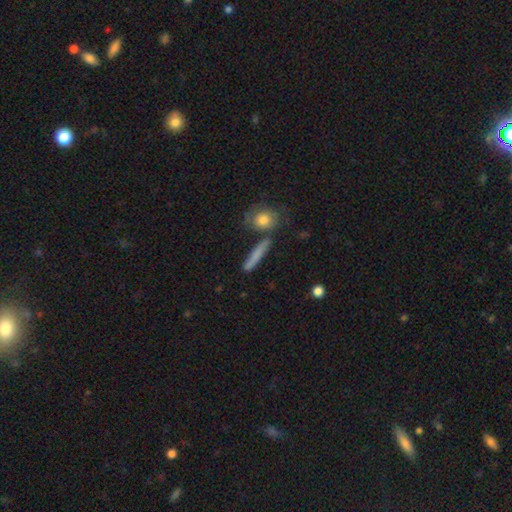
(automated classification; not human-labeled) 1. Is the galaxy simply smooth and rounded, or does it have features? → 73% smooth, 19% featured or disk, 8% star or artifact.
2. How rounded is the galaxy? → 83% cigar-shaped, 11% in between, 6% round.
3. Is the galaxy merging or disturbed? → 74% none, 13% minor disturbance, 9% merger, 4% major disturbance.